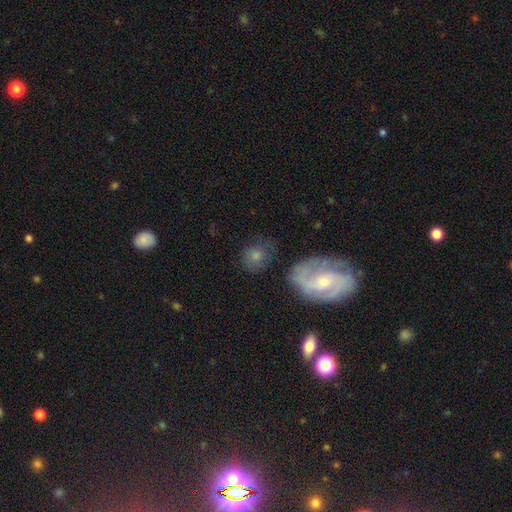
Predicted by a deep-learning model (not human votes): Smooth or featured? smooth (69%)
How rounded? round (73%)
Merging? none (69%)